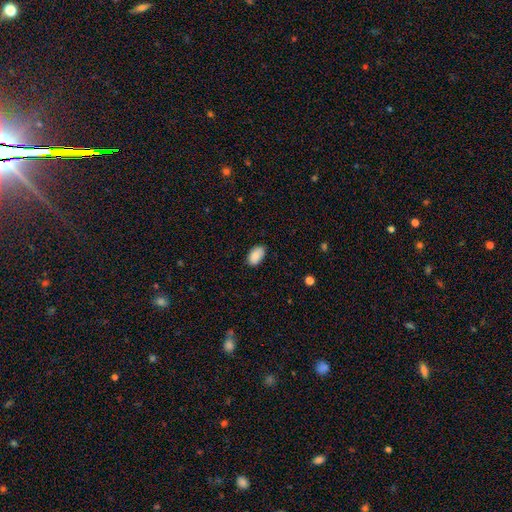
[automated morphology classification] Smooth or featured: smooth — 88% (star or artifact — 7%)
How rounded: in between — 93% (round — 6%)
Merging: none — 82% (minor disturbance — 15%)